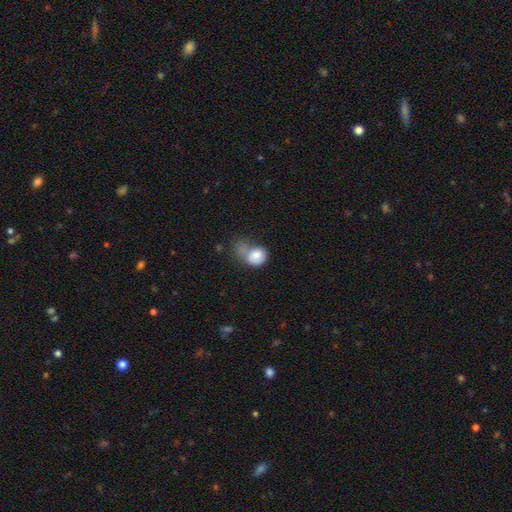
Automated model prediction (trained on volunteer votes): Smooth or featured? smooth (79%)
How rounded? in between (51%)
Merging? major disturbance (31%)